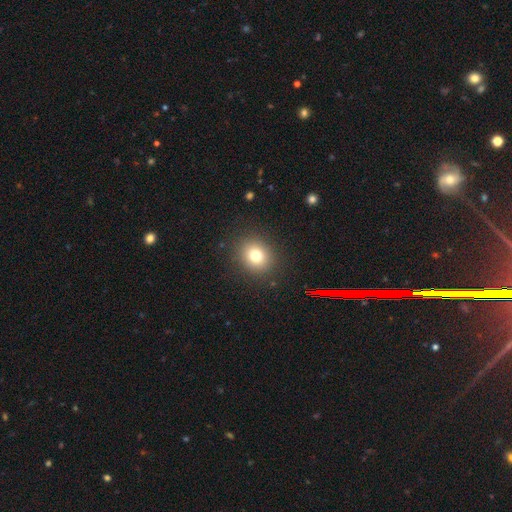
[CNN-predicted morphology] Smooth or featured: smooth — 76% (star or artifact — 14%)
How rounded: round — 74% (in between — 25%)
Merging: none — 89% (minor disturbance — 7%)